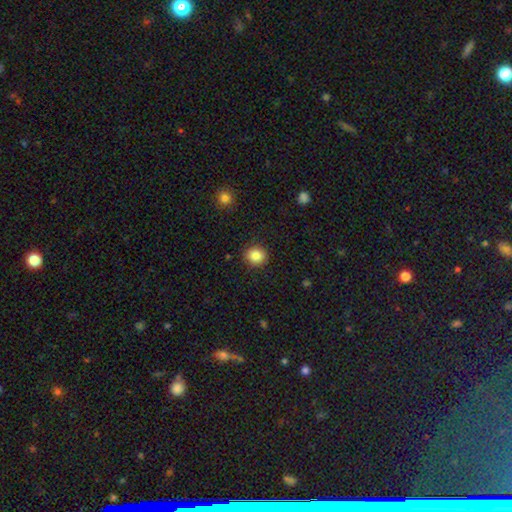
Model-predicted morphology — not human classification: type=smooth (85%); roundness=round (81%); merging=none (90%).